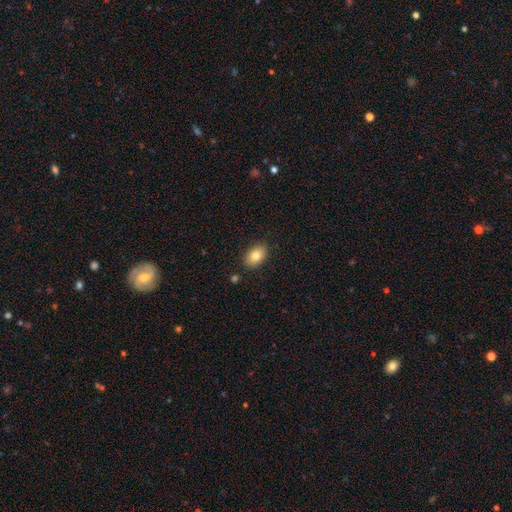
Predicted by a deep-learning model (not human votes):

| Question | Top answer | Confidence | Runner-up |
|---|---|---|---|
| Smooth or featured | smooth | 82% | featured or disk (10%) |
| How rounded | in between | 85% | round (14%) |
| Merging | none | 86% | minor disturbance (10%) |